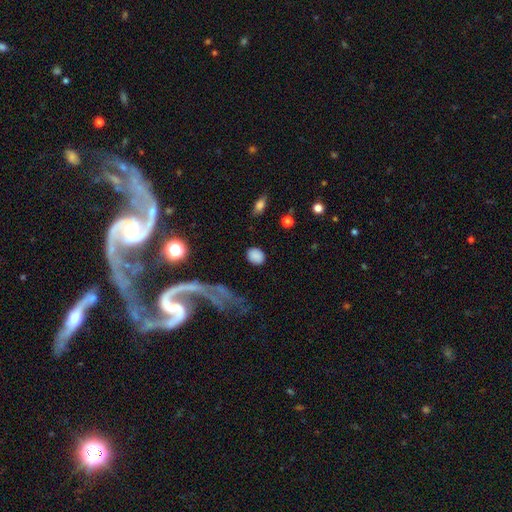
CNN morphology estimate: smooth_or_featured: smooth (p=0.84) [alt: star or artifact p=0.09]
how_rounded: round (p=0.54) [alt: in between p=0.44]
merging: none (p=0.82) [alt: minor disturbance p=0.11]